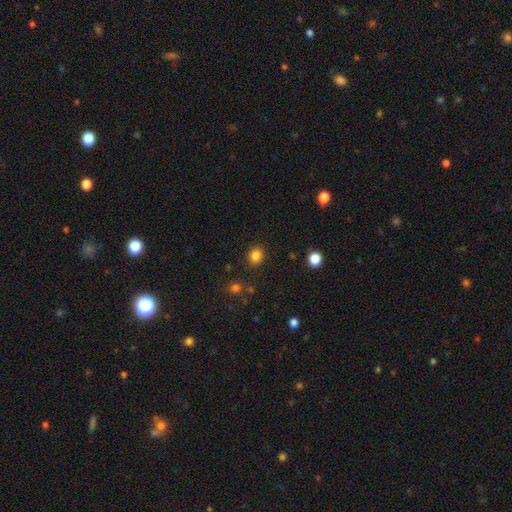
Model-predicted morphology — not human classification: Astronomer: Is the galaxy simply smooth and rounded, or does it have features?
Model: smooth — 84%.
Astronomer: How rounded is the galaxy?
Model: round — 62% (runner-up: in between, 37%).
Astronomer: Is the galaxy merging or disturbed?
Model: none — 87%.